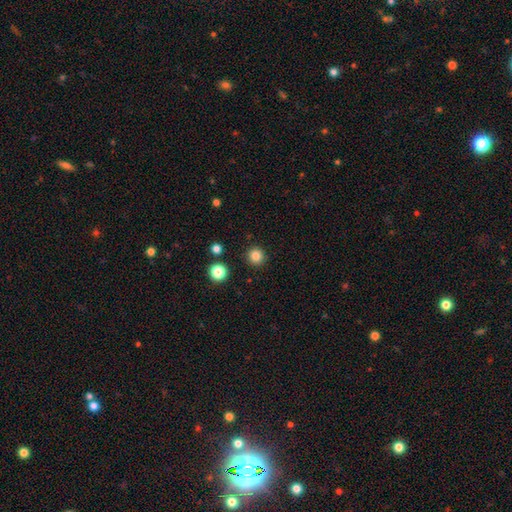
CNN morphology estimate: A smooth galaxy with no disk features (84%) that is round (95%).

Vote fractions:
- Smooth or featured? smooth: 84% / star or artifact: 12% / featured or disk: 4%
- How rounded? round: 95% / in between: 4% / cigar-shaped: 1%
- Merging? none: 92% / minor disturbance: 5% / major disturbance: 2% / merger: 2%